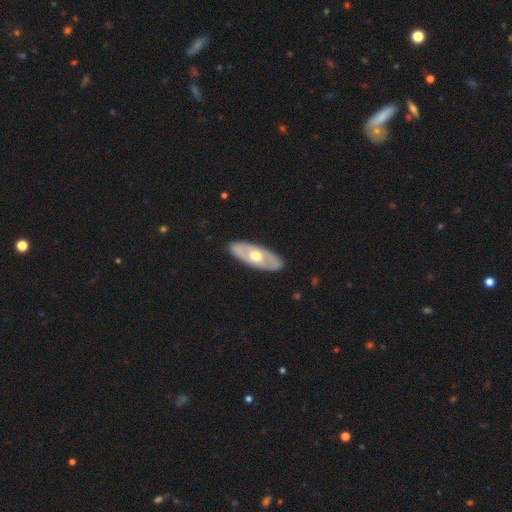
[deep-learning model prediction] Smooth or featured? featured or disk (57%)
Edge-on disk? no (77%)
Merging? none (88%)